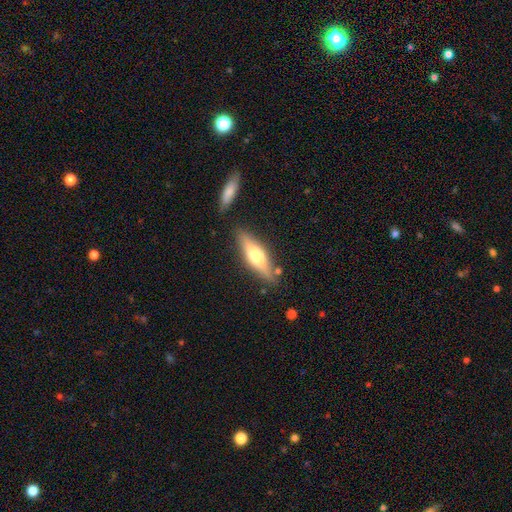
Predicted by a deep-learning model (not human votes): Overall: smooth (50%; featured or disk 44%). How rounded: cigar-shaped (60%; in between 38%). Merging: none (80%).